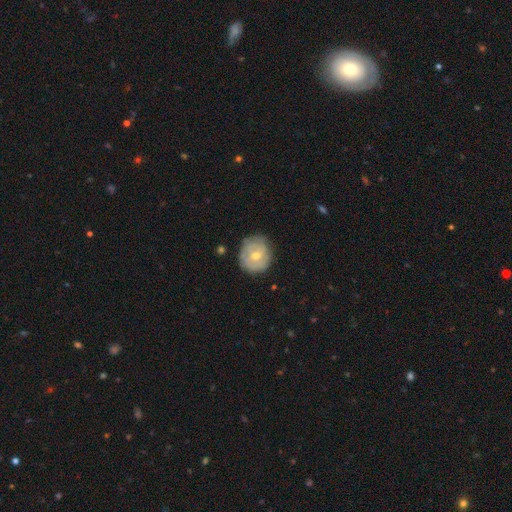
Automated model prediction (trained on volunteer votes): A featured or disk galaxy (50%). Merging: none (74%).